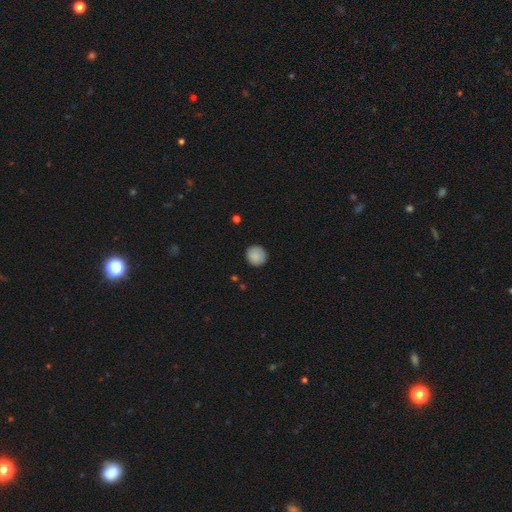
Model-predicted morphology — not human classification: Q: Smooth or featured?
A: smooth (89%); runner-up: star or artifact (7%)
Q: How rounded?
A: round (94%); runner-up: in between (5%)
Q: Merging?
A: none (90%); runner-up: minor disturbance (7%)